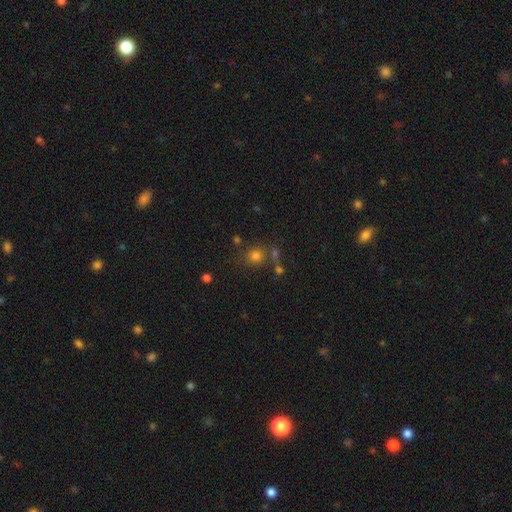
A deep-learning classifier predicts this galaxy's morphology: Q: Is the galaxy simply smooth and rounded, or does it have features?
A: smooth — 74%.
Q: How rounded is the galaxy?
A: round — 87%.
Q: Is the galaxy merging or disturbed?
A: none — 70%.